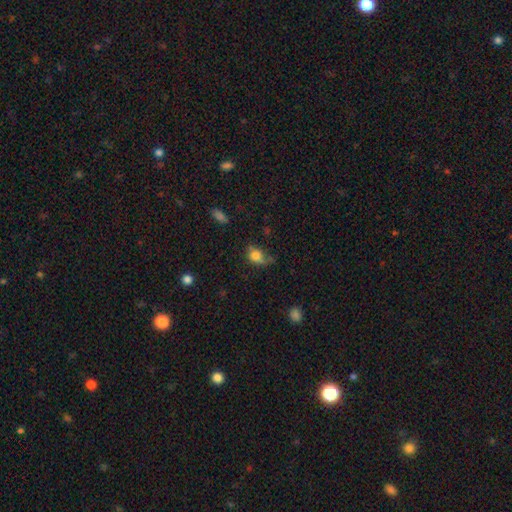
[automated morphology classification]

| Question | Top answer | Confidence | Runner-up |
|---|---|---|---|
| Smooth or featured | smooth | 75% | featured or disk (14%) |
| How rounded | in between | 60% | round (37%) |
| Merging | none | 40% | minor disturbance (35%) |